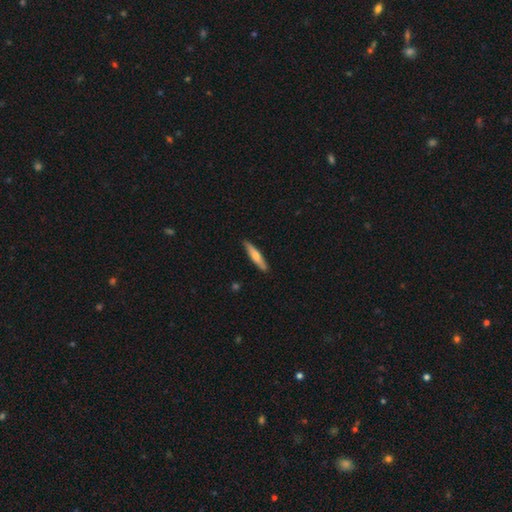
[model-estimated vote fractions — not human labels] This appears to be a smooth galaxy with no disk features (58%) that is cigar-shaped (88%). Merging: none (89%).